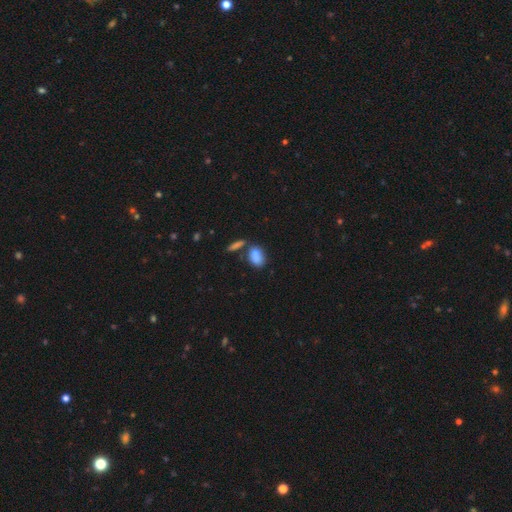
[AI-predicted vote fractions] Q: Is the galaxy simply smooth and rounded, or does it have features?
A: smooth — 82%.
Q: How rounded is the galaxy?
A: in between — 83%.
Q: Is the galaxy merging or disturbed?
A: none — 53%.